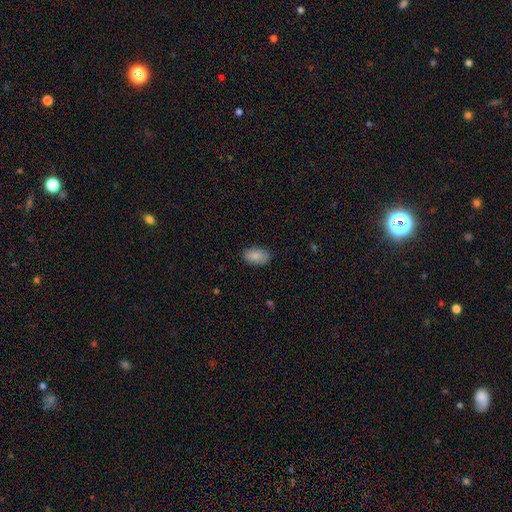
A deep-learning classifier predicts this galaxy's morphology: type=smooth (87%); roundness=in between (92%); merging=none (86%).